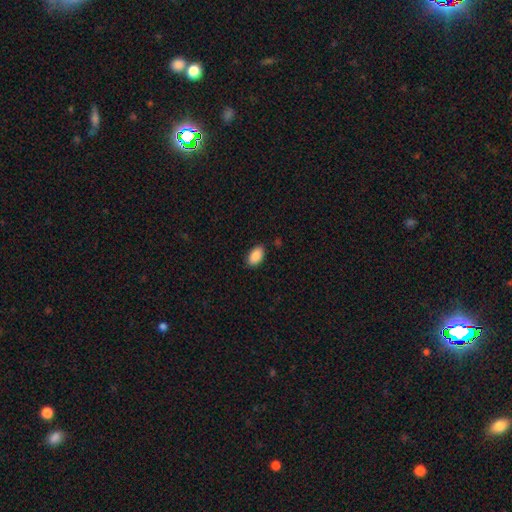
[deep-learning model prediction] smooth-or-featured: smooth: 90% | star or artifact: 7% | featured or disk: 4%
  how-rounded: in between: 94% | round: 4% | cigar-shaped: 2%
  merging: none: 86% | minor disturbance: 11% | major disturbance: 2% | merger: 1%